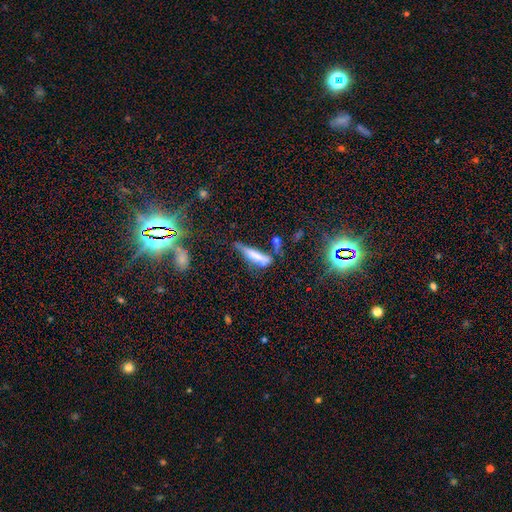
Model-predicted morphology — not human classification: smooth_or_featured: smooth (p=0.57) [alt: featured or disk p=0.31]
how_rounded: cigar-shaped (p=0.71) [alt: in between p=0.27]
merging: none (p=0.30) [alt: minor disturbance p=0.26]